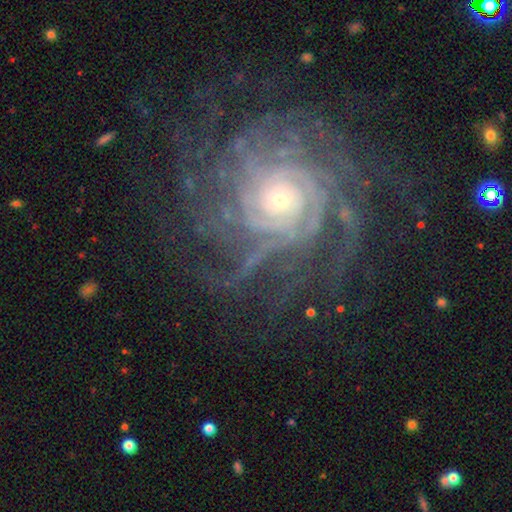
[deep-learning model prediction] This is clearly a featured or disk galaxy (89%). It is clearly not viewed edge-on (97%). Bar: likely no (77%). Spiral arm pattern: clearly yes (98%). Spiral arm count: marginally more than 4 (29%). Spiral winding: likely tight (74%). Central bulge: likely small (72%). Merging: likely none (73%).